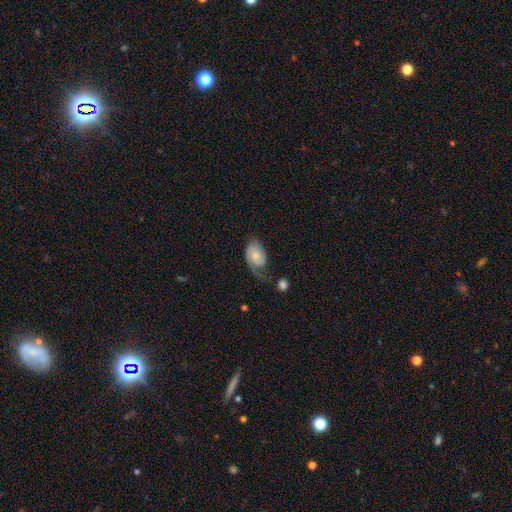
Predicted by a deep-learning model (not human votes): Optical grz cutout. It shows a smooth galaxy with no disk features (48%). Merging: major disturbance (33%, tied with none).